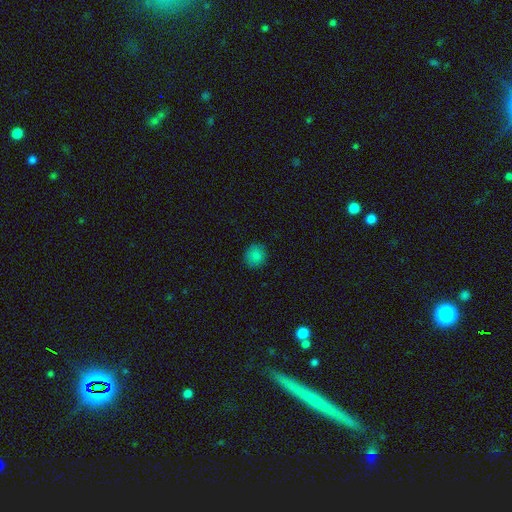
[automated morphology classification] A smooth galaxy with no disk features (84%) that is round (89%). Merging: none (89%).